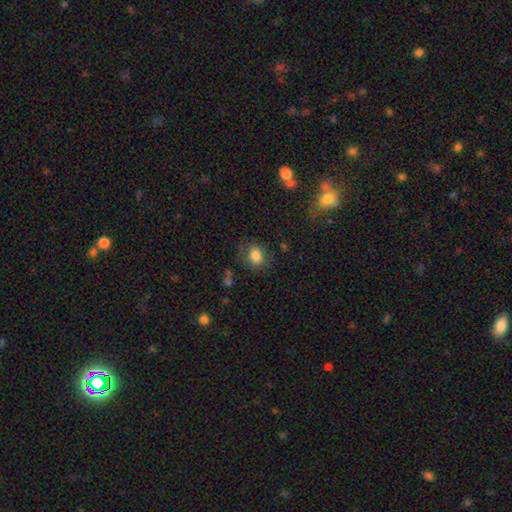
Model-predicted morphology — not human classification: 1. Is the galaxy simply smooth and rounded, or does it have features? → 81% smooth, 10% star or artifact, 9% featured or disk.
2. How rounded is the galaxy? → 53% in between, 46% round, 1% cigar-shaped.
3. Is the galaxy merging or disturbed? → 71% none, 18% minor disturbance, 8% major disturbance, 3% merger.